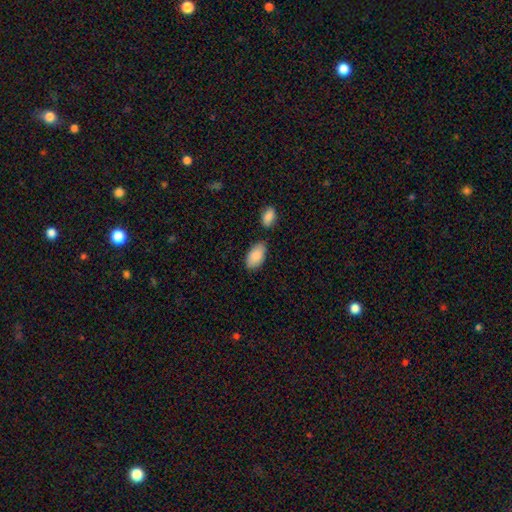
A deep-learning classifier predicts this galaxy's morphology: This is clearly a smooth galaxy (87%). How rounded: clearly in between (95%). Merging: likely none (71%).